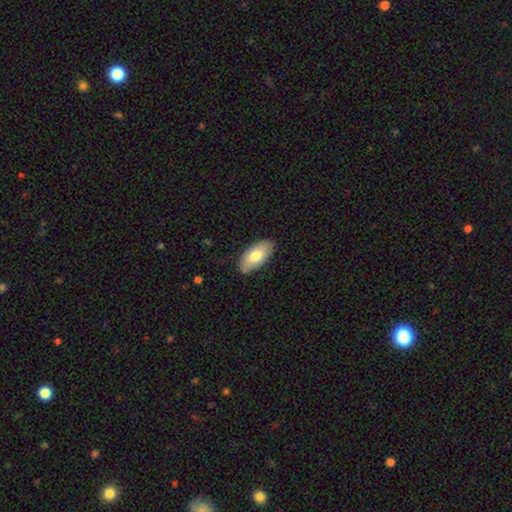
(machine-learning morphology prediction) The model was most divided on "smooth or featured": smooth: 75%, featured or disk: 19%, star or artifact: 6%. More confident: how rounded — in between (93%); merging — none (82%).